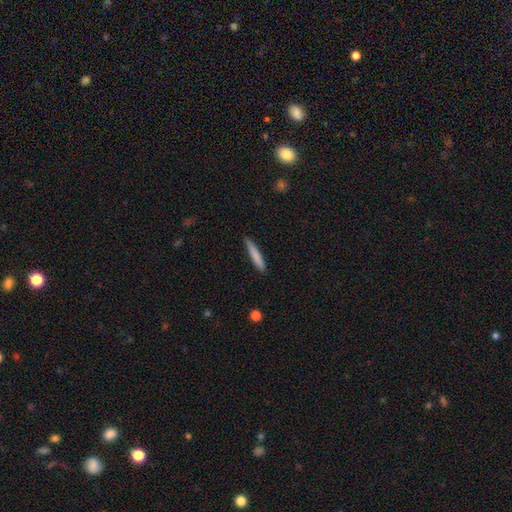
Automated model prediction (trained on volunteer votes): smooth-or-featured: smooth: 77% | featured or disk: 17% | star or artifact: 6%
  how-rounded: cigar-shaped: 94% | in between: 4% | round: 1%
  merging: none: 86% | minor disturbance: 11% | major disturbance: 2% | merger: 1%